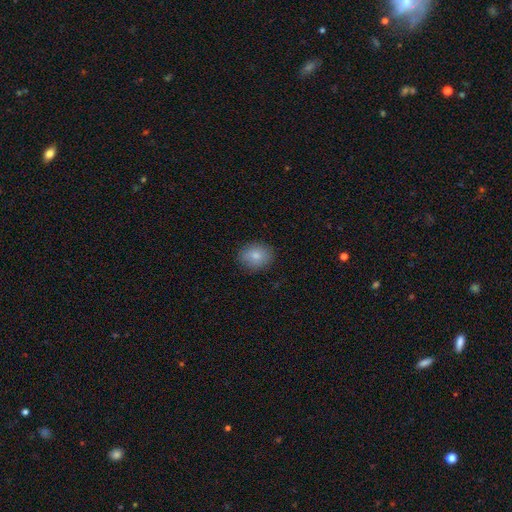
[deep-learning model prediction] Smooth or featured?
  - smooth: 83% *
  - featured or disk: 9%
  - star or artifact: 8%
How rounded?
  - round: 55% *
  - in between: 44%
  - cigar-shaped: 1%
Merging?
  - none: 87% *
  - minor disturbance: 10%
  - major disturbance: 3%
  - merger: 1%